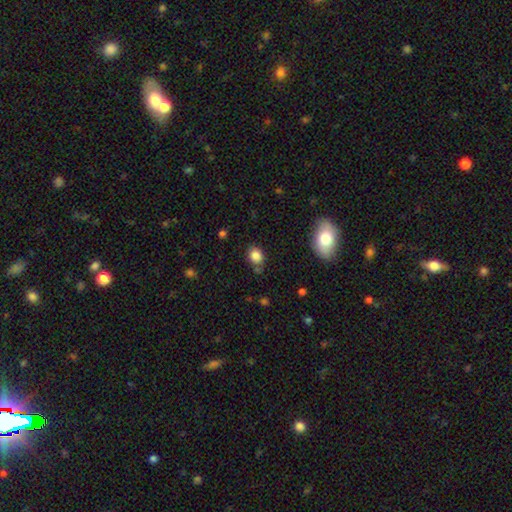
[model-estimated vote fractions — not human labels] Smooth or featured? smooth (84%)
How rounded? round (54%)
Merging? none (74%)